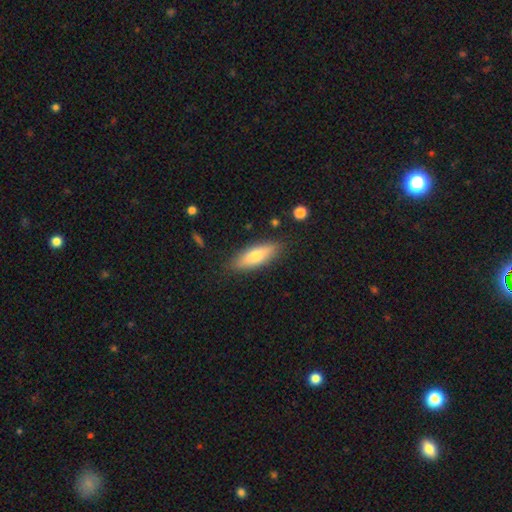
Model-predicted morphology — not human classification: This appears to be a smooth galaxy with no disk features (70%) that is in between round and cigar-shaped (54%). Merging: none (85%).